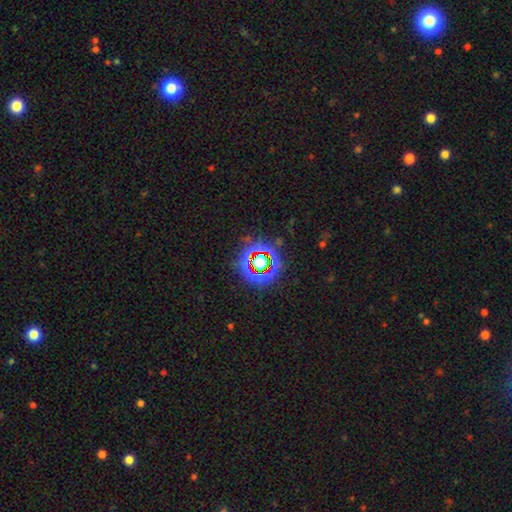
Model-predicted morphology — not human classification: Smooth or featured? star or artifact (77%)